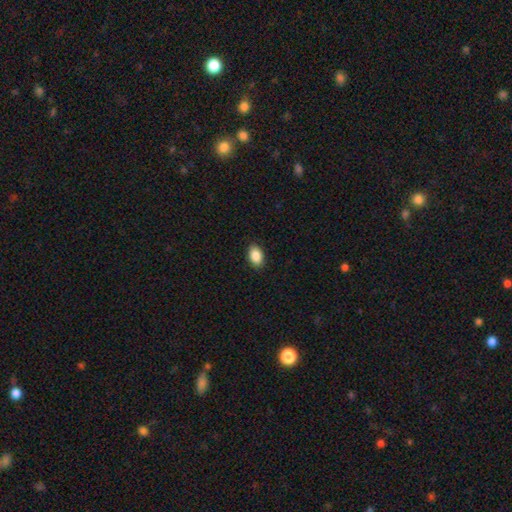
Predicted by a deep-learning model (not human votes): This appears to be a smooth galaxy with no disk features (89%) that is in between round and cigar-shaped (89%). Merging: none (89%).